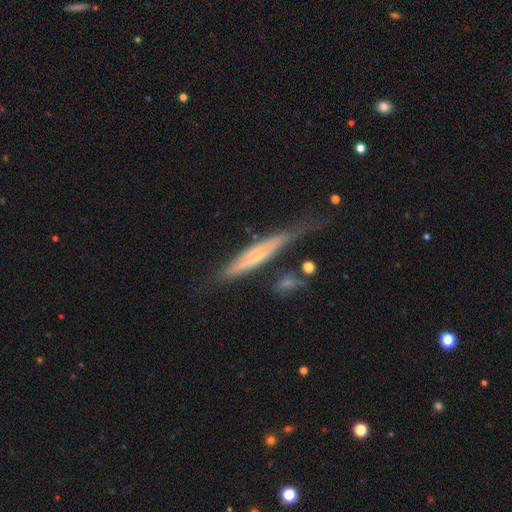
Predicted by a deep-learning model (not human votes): A featured or disk galaxy (55%) viewed edge-on (85%). Merging: none (54%).